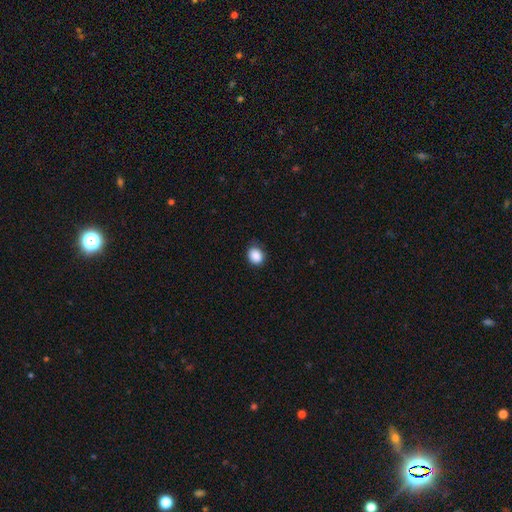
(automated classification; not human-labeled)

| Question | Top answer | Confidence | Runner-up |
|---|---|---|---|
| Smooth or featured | smooth | 89% | star or artifact (9%) |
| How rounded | round | 56% | in between (43%) |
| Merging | none | 81% | minor disturbance (15%) |